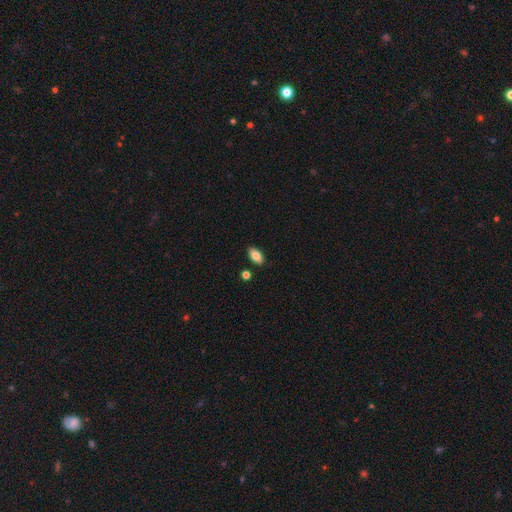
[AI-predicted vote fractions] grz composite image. It shows a smooth galaxy with no disk features (83%) that is in between round and cigar-shaped (93%). Merging: none (86%).